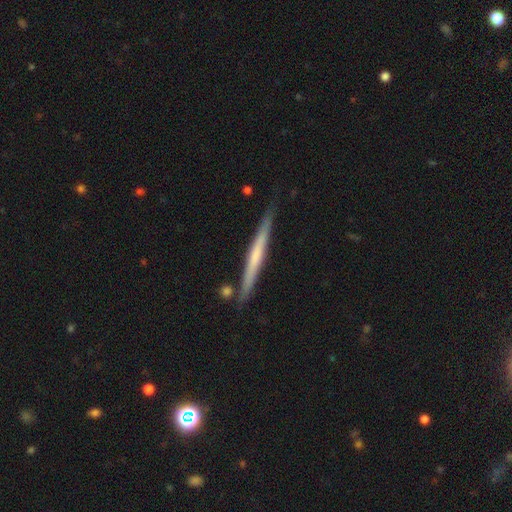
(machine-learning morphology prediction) Q: Smooth or featured?
A: featured or disk (56%); runner-up: smooth (39%)
Q: Edge-on disk?
A: yes (97%); runner-up: no (3%)
Q: Edge-on bulge?
A: none (68%); runner-up: rounded (22%)
Q: Merging?
A: none (84%); runner-up: minor disturbance (11%)